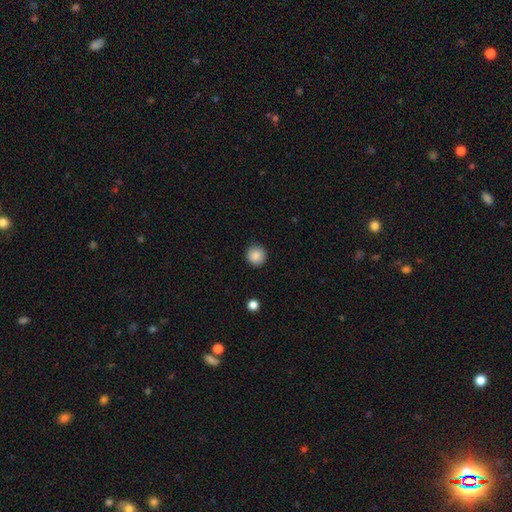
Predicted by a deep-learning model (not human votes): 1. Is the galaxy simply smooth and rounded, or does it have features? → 88% smooth, 9% star or artifact, 3% featured or disk.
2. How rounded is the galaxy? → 95% round, 5% in between, 1% cigar-shaped.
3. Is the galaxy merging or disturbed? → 92% none, 5% minor disturbance, 2% major disturbance, 1% merger.